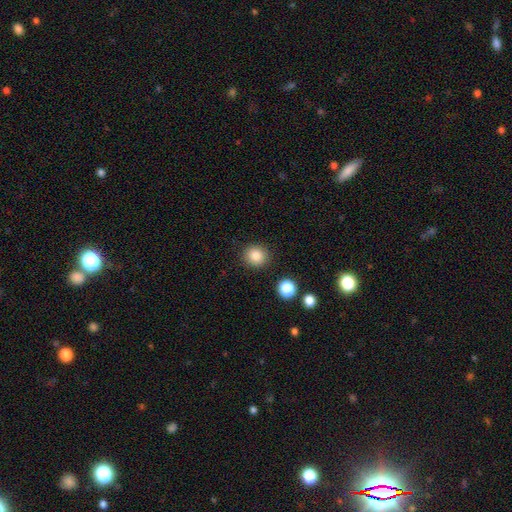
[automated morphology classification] smooth_or_featured: smooth (p=0.85) [alt: star or artifact p=0.10]
how_rounded: round (p=0.88) [alt: in between p=0.11]
merging: none (p=0.89) [alt: minor disturbance p=0.06]